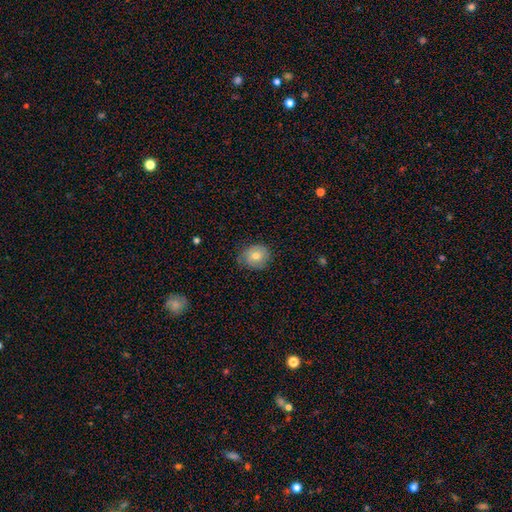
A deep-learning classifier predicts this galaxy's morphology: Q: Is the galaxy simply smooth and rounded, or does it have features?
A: smooth — 69%.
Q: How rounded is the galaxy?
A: round — 70%.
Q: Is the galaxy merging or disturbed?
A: none — 75%.